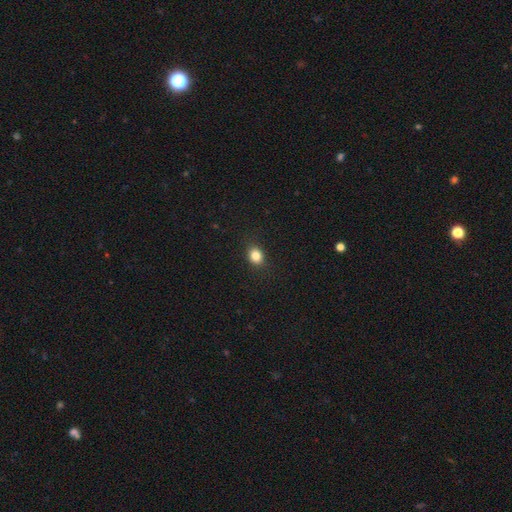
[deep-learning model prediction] Smooth or featured? Predicted: smooth (p=0.83). How rounded? Predicted: round (p=0.54). Merging? Predicted: none (p=0.87).